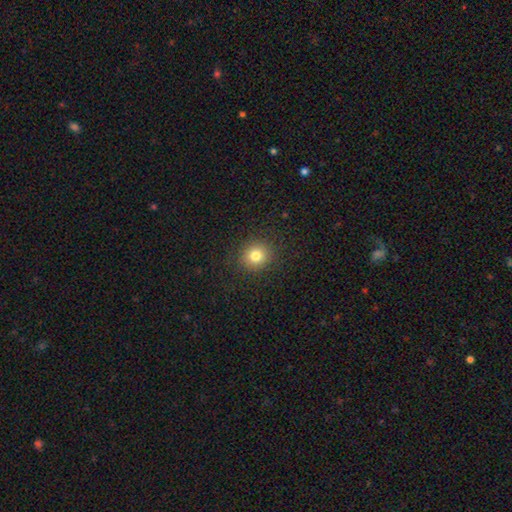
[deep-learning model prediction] smooth 80%, star or artifact 13%, featured or disk 7%. Down the decision tree: how rounded — round (87%); merging — none (90%).